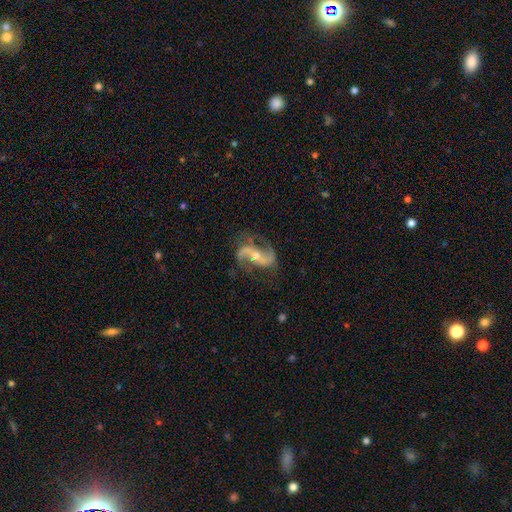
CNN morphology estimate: This appears to be a featured or disk galaxy (90%) with no bar (38%), 2 (91%) loose (59%) spiral arms (97%) and a moderate central bulge (49%). Merging: none (72%).